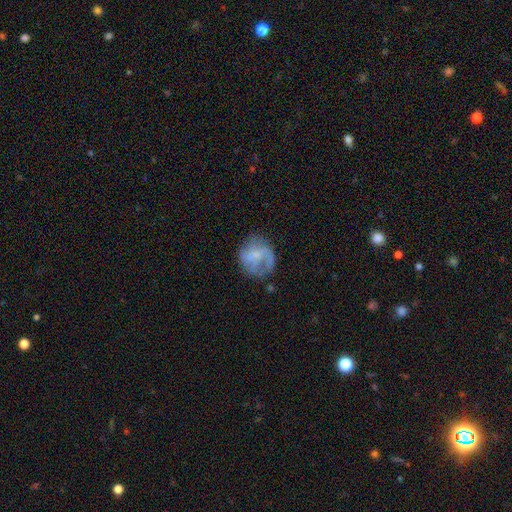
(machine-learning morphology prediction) The model was most divided on "bulge size": none: 46%, small: 31%, moderate: 19%, large: 3%, dominant: 1%. More confident: edge-on disk — no (98%); spiral arms — yes (59%); bar — no (58%); smooth or featured — featured or disk (53%); merging — none (52%).